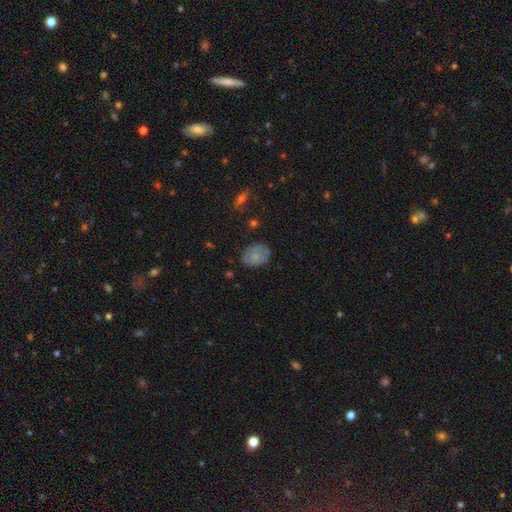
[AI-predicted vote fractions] smooth-or-featured: smooth: 62% | featured or disk: 30% | star or artifact: 8%
  how-rounded: in between: 62% | round: 37% | cigar-shaped: 1%
  merging: none: 76% | minor disturbance: 18% | major disturbance: 4% | merger: 2%